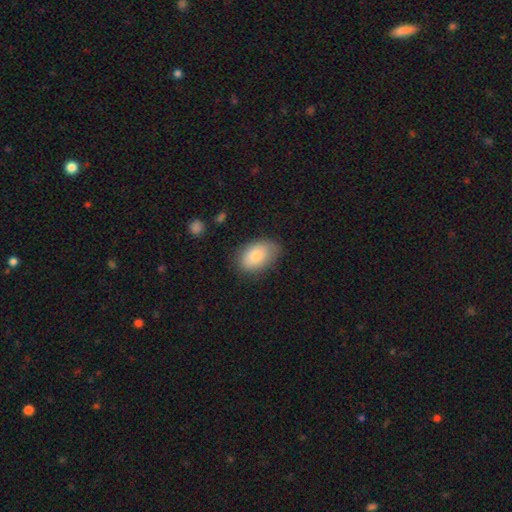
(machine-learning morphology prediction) A smooth galaxy with no disk features (80%) that is in between round and cigar-shaped (90%). Merging: none (77%).